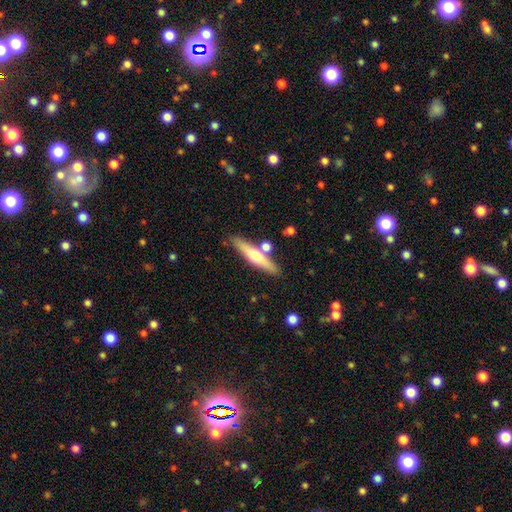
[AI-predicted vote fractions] This is possibly a featured or disk galaxy (50%). It is clearly viewed edge-on (92%). Merging: likely none (78%).